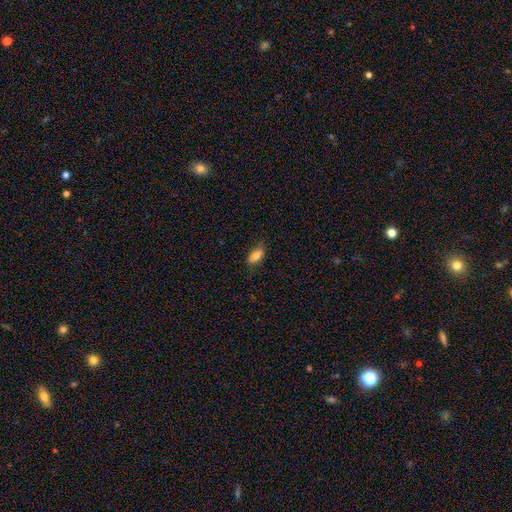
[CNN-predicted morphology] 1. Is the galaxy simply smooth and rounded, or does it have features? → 81% smooth, 11% featured or disk, 8% star or artifact.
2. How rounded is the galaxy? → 87% in between, 9% cigar-shaped, 4% round.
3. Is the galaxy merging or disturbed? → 76% none, 19% minor disturbance, 4% major disturbance, 1% merger.